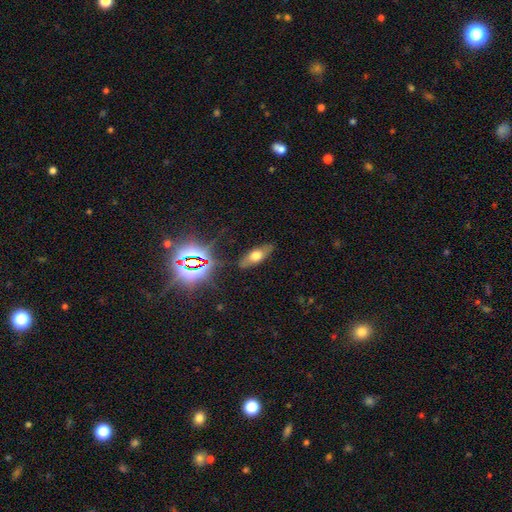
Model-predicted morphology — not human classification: Smooth or featured? smooth (52%)
How rounded? in between (70%)
Merging? none (82%)